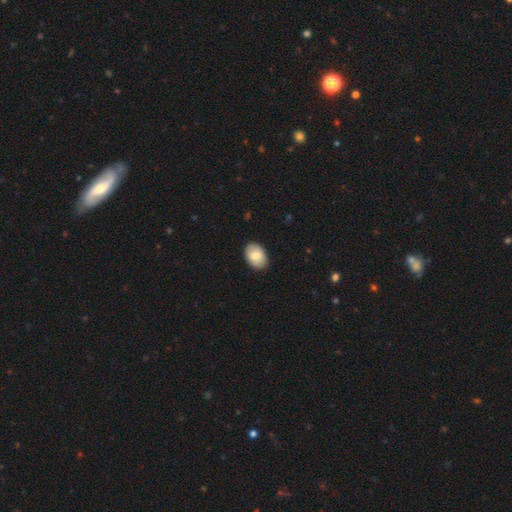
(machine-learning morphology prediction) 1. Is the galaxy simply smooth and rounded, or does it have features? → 81% smooth, 13% featured or disk, 6% star or artifact.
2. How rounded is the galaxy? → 86% in between, 13% round, 1% cigar-shaped.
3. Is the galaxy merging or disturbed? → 87% none, 10% minor disturbance, 2% major disturbance, 1% merger.